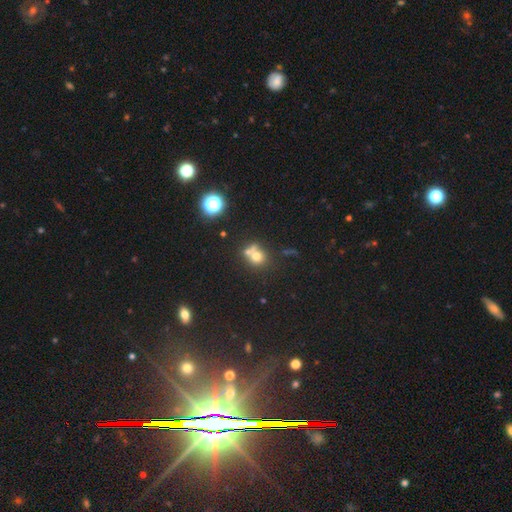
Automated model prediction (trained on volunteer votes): smooth-or-featured: smooth: 66% | star or artifact: 18% | featured or disk: 16%
  how-rounded: round: 82% | in between: 17% | cigar-shaped: 1%
  merging: none: 44% | merger: 41% | minor disturbance: 10% | major disturbance: 5%